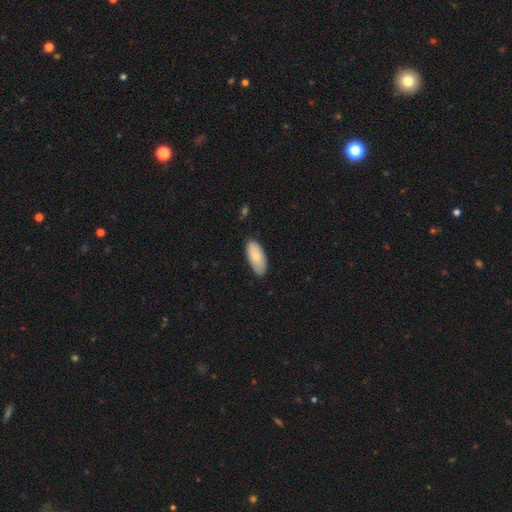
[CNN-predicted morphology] This appears to be a smooth galaxy with no disk features (78%) that is in between round and cigar-shaped (90%). Merging: none (85%).